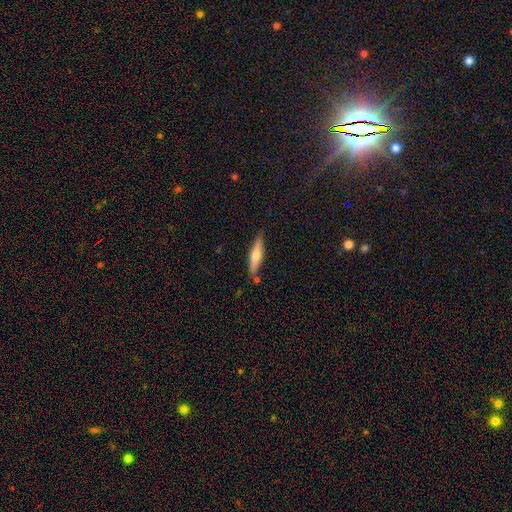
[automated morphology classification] Smooth or featured? smooth (49%)
Merging? none (81%)